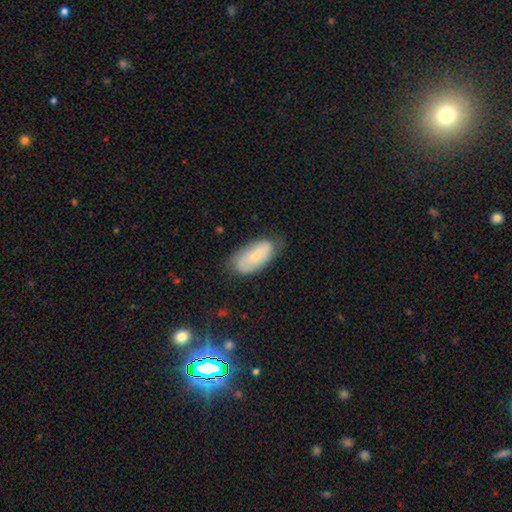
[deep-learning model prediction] Smooth or featured: smooth — 57% (featured or disk — 36%)
How rounded: in between — 91% (cigar-shaped — 6%)
Merging: none — 67% (minor disturbance — 25%)